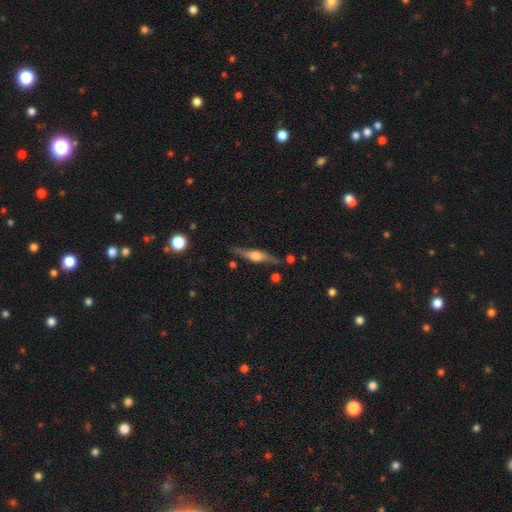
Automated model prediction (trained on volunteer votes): This is likely a featured or disk galaxy (74%). It is clearly viewed edge-on (95%). Edge-on bulge: clearly rounded (90%). Merging: clearly none (81%).